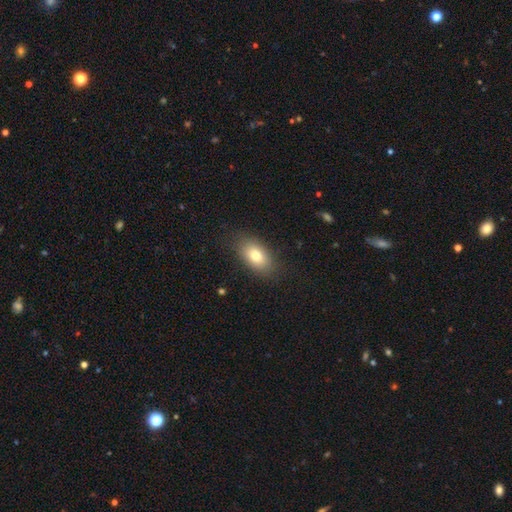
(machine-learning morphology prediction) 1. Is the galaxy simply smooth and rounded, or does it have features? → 77% smooth, 14% featured or disk, 9% star or artifact.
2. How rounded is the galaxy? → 88% in between, 9% round, 3% cigar-shaped.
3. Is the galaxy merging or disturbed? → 85% none, 11% minor disturbance, 3% major disturbance, 1% merger.